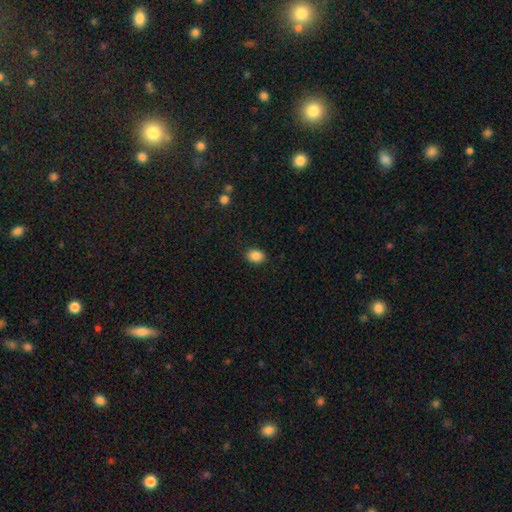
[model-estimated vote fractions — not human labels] Q: Smooth or featured?
A: smooth (88%); runner-up: star or artifact (9%)
Q: How rounded?
A: in between (67%); runner-up: round (32%)
Q: Merging?
A: none (88%); runner-up: minor disturbance (8%)